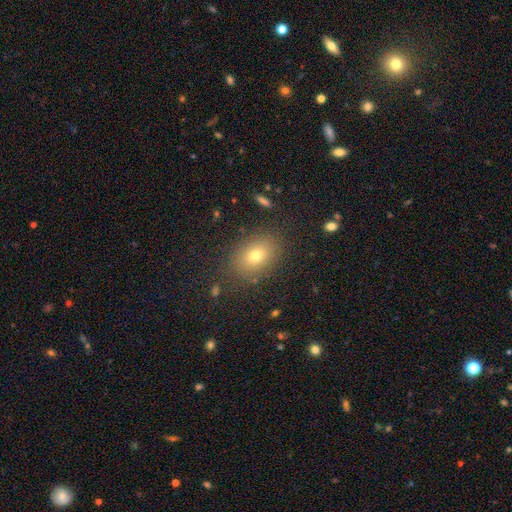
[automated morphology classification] The model was most divided on "how rounded": in between: 70%, round: 28%, cigar-shaped: 1%. More confident: merging — none (86%); smooth or featured — smooth (71%).